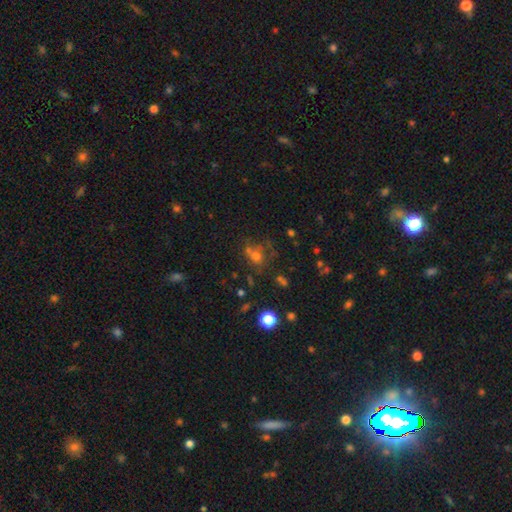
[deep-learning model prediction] Overall: smooth (56%; star or artifact 26%). How rounded: round (66%; in between 33%). Merging: none (49%; merger 21%).